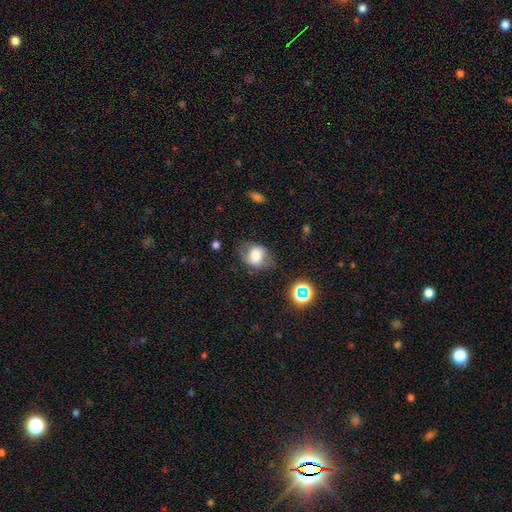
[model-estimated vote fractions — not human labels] A smooth galaxy with no disk features (63%) that is in between round and cigar-shaped (59%).

Vote fractions:
- Smooth or featured? smooth: 63% / featured or disk: 27% / star or artifact: 11%
- How rounded? in between: 59% / round: 40% / cigar-shaped: 1%
- Merging? none: 62% / minor disturbance: 24% / major disturbance: 11% / merger: 2%